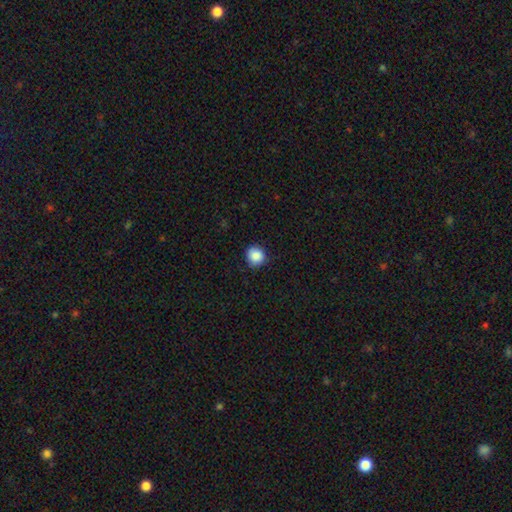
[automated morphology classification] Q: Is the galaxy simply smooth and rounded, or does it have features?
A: smooth — 87%.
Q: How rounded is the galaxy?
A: round — 91%.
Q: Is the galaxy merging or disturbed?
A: none — 84%.